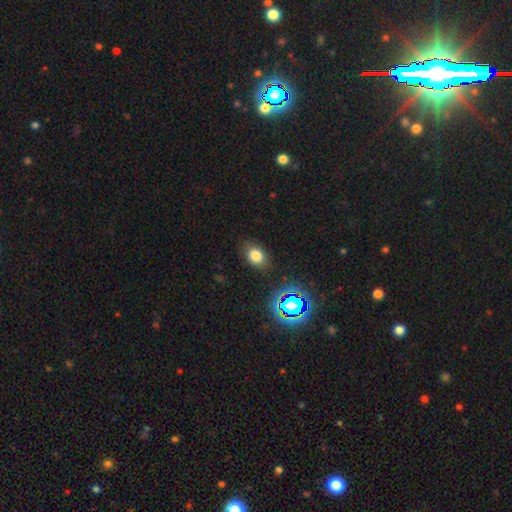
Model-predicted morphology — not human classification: A smooth galaxy with no disk features (75%) that is in between round and cigar-shaped (67%).

Vote fractions:
- Smooth or featured? smooth: 75% / star or artifact: 16% / featured or disk: 8%
- How rounded? in between: 67% / round: 32% / cigar-shaped: 1%
- Merging? none: 80% / minor disturbance: 15% / major disturbance: 4% / merger: 2%